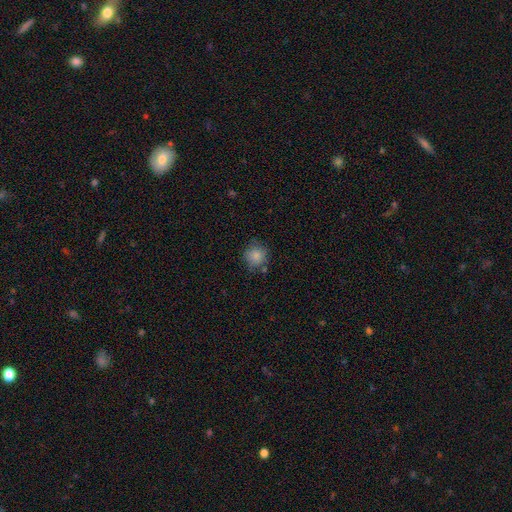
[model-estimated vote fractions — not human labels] Smooth or featured? smooth (84%)
How rounded? round (90%)
Merging? none (74%)